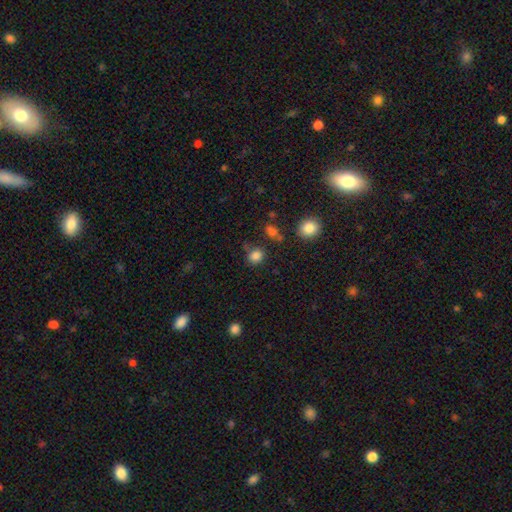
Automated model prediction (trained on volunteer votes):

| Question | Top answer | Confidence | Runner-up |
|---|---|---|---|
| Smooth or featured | smooth | 83% | star or artifact (13%) |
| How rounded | round | 74% | in between (25%) |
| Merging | none | 75% | minor disturbance (13%) |